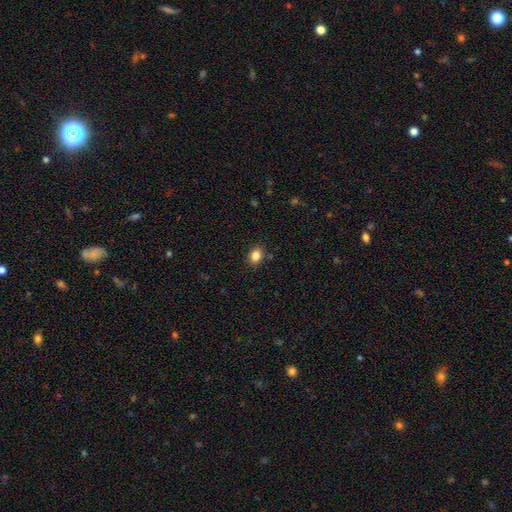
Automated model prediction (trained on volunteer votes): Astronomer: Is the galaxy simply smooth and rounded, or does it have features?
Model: smooth — 85%.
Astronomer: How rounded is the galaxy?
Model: in between — 66%.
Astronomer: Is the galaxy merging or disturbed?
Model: none — 86%.